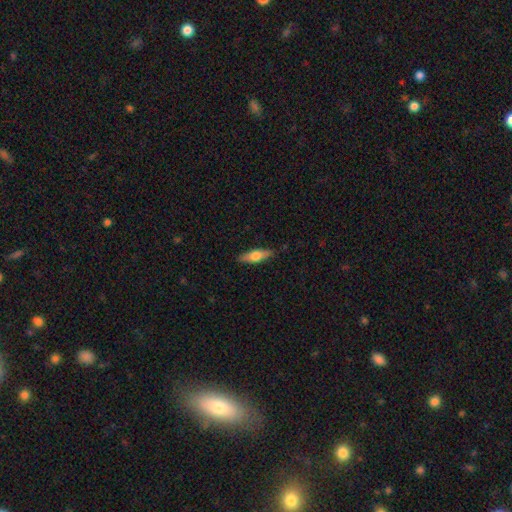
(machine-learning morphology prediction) Smooth or featured? smooth (60%)
How rounded? in between (50%)
Merging? none (87%)